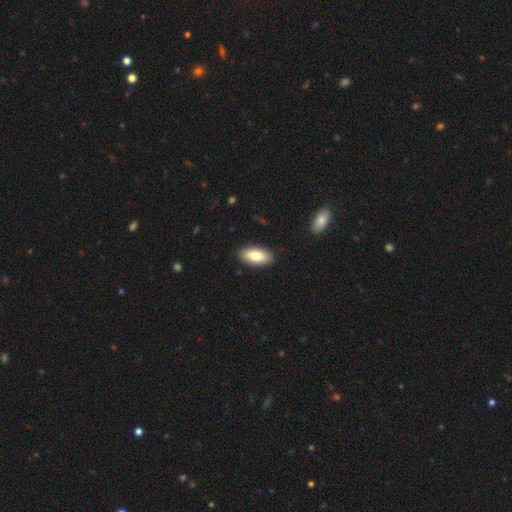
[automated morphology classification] Q: Smooth or featured?
A: smooth (83%); runner-up: featured or disk (11%)
Q: How rounded?
A: in between (89%); runner-up: cigar-shaped (9%)
Q: Merging?
A: none (89%); runner-up: minor disturbance (8%)